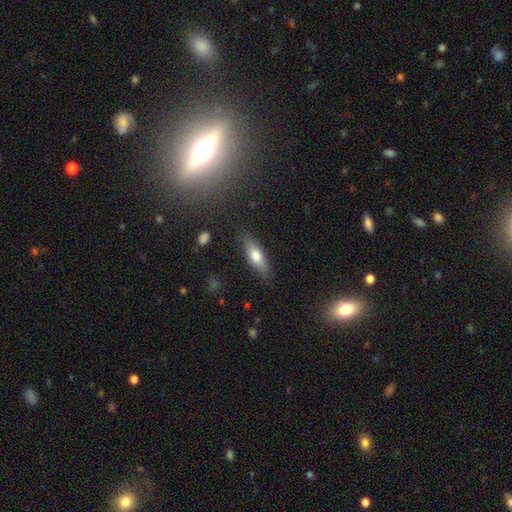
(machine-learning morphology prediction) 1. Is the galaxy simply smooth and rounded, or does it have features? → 68% smooth, 25% featured or disk, 6% star or artifact.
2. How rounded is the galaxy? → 54% in between, 43% cigar-shaped, 2% round.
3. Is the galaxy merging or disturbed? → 83% none, 13% minor disturbance, 3% major disturbance, 1% merger.